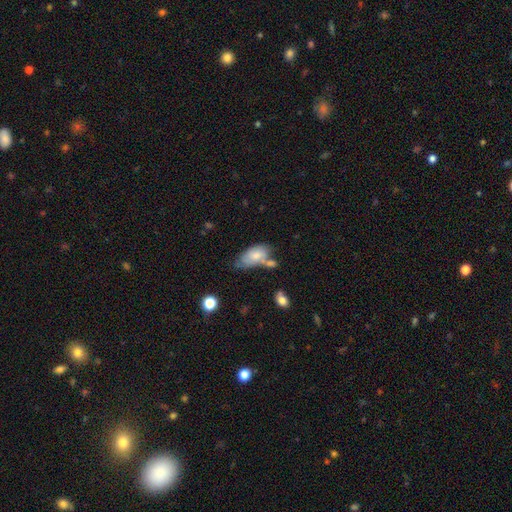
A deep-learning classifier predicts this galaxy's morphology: smooth-or-featured: smooth: 71% | featured or disk: 22% | star or artifact: 7%
  how-rounded: in between: 92% | round: 4% | cigar-shaped: 4%
  merging: none: 35% | minor disturbance: 28% | merger: 24% | major disturbance: 12%